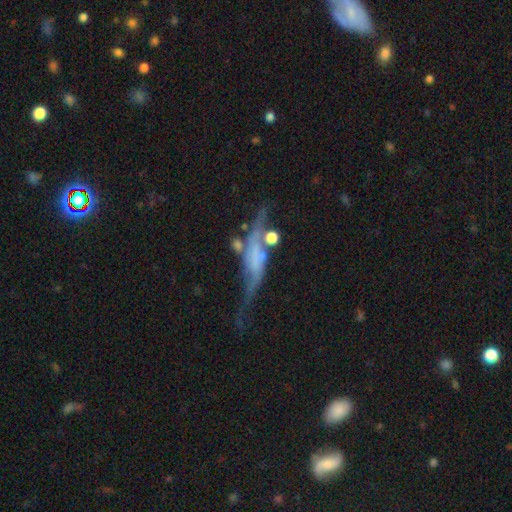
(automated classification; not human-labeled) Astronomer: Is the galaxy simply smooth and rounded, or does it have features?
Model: featured or disk — 68%.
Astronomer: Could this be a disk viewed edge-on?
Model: no — 52% (runner-up: yes, 48%).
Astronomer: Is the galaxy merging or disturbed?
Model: none — 33% (runner-up: major disturbance, 29%).